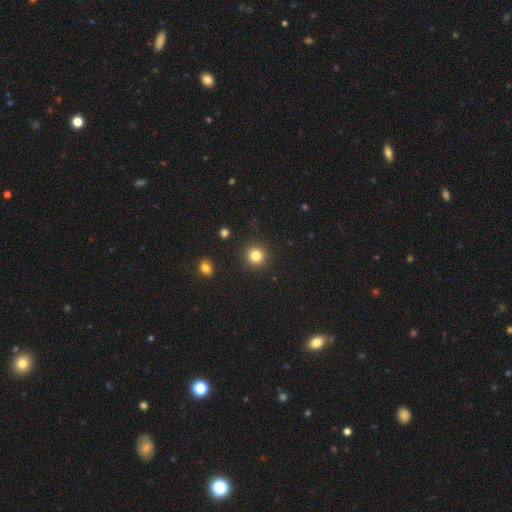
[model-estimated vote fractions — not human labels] Smooth or featured: smooth — 83% (star or artifact — 11%)
How rounded: round — 92% (in between — 7%)
Merging: none — 91% (minor disturbance — 6%)